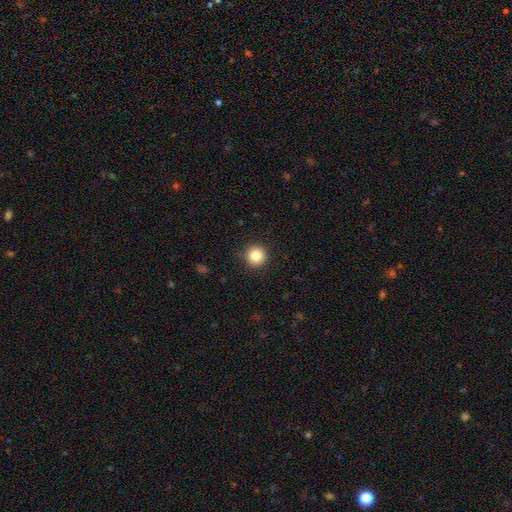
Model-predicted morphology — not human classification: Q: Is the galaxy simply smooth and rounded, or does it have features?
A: smooth — 84%.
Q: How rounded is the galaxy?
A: round — 95%.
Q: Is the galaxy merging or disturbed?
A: none — 91%.